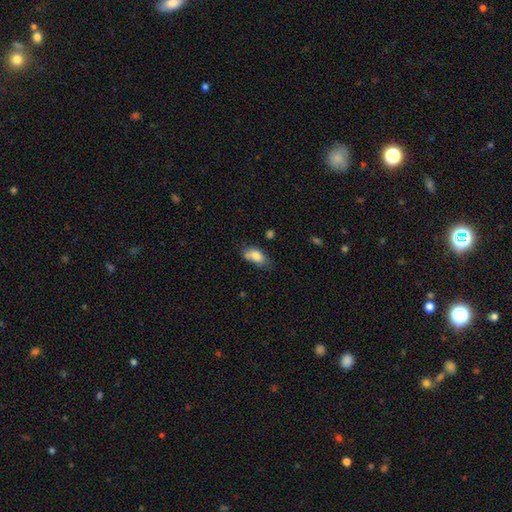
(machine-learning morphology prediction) smooth_or_featured: smooth (p=0.78) [alt: featured or disk p=0.14]
how_rounded: in between (p=0.86) [alt: round p=0.08]
merging: none (p=0.46) [alt: minor disturbance p=0.27]